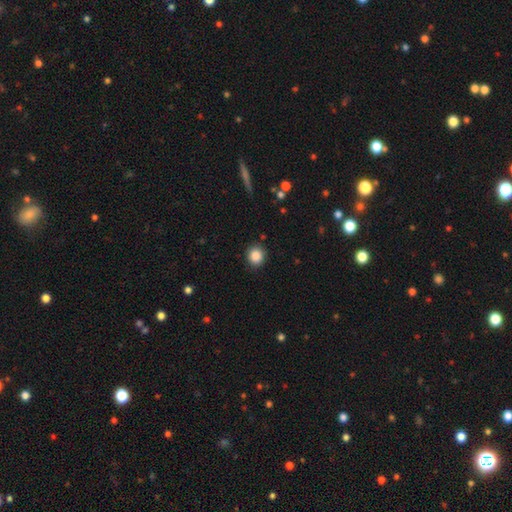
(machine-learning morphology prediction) The model was most divided on "how rounded": round: 85%, in between: 14%, cigar-shaped: 1%. More confident: merging — none (88%); smooth or featured — smooth (87%).